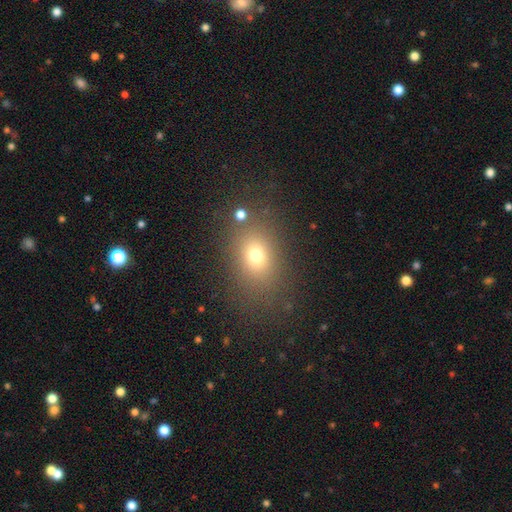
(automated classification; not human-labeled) The model was most divided on "how rounded": in between: 61%, round: 37%, cigar-shaped: 2%. More confident: merging — none (79%); smooth or featured — smooth (71%).